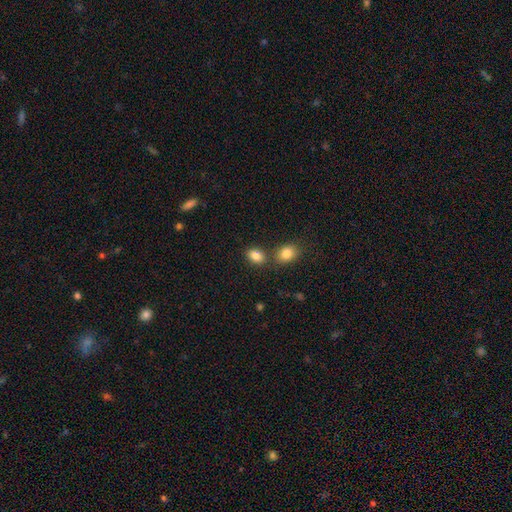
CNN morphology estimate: A smooth galaxy with no disk features (85%) that is in between round and cigar-shaped (80%). Merging: none (63%).